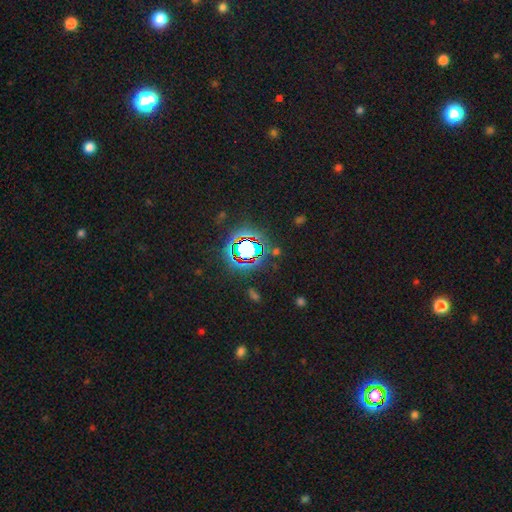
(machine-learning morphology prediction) Smooth or featured: star or artifact — 83% (smooth — 10%)